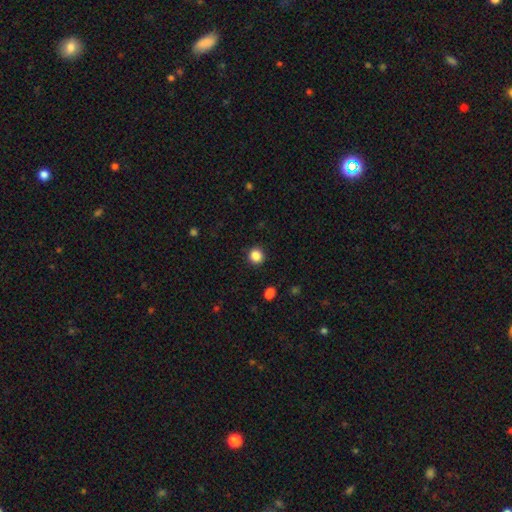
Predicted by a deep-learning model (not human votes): smooth_or_featured: smooth (p=0.86) [alt: star or artifact p=0.11]
how_rounded: round (p=0.92) [alt: in between p=0.07]
merging: none (p=0.91) [alt: minor disturbance p=0.05]